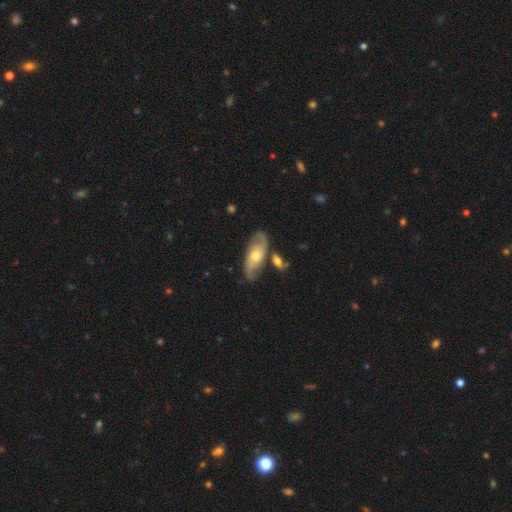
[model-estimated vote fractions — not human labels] A featured or disk galaxy (68%) with no bar (72%), spiral arms (84%) and a moderate central bulge (65%).

Vote fractions:
- Smooth or featured? featured or disk: 68% / smooth: 26% / star or artifact: 6%
- Edge-on disk? no: 87% / yes: 13%
- Bar? no: 72% / weak: 22% / strong: 5%
- Spiral arms? yes: 84% / no: 16%
- Bulge size? moderate: 65% / small: 29% / large: 4% / none: 1% / dominant: 1%
- Merging? none: 64% / minor disturbance: 18% / merger: 12% / major disturbance: 6%